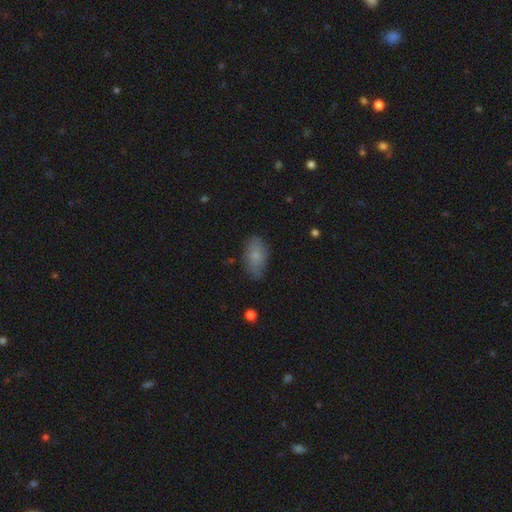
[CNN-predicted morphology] Smooth or featured: smooth — 75% (featured or disk — 18%)
How rounded: in between — 92% (round — 5%)
Merging: none — 73% (minor disturbance — 21%)